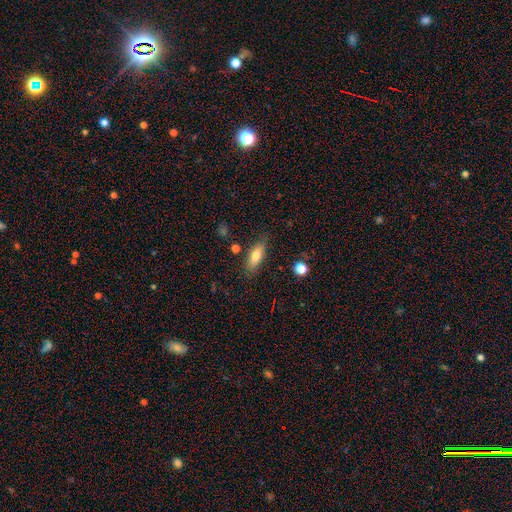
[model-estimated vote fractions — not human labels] A smooth galaxy with no disk features (74%) that is in between round and cigar-shaped (57%).

Vote fractions:
- Smooth or featured? smooth: 74% / featured or disk: 19% / star or artifact: 7%
- How rounded? in between: 57% / cigar-shaped: 40% / round: 3%
- Merging? none: 80% / minor disturbance: 14% / major disturbance: 3% / merger: 3%